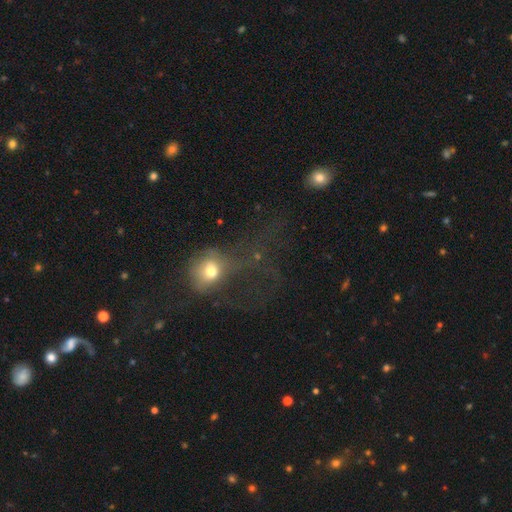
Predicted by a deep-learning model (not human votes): This is possibly a smooth galaxy (50%). How rounded: likely round (69%). Merging: possibly major disturbance (50%).